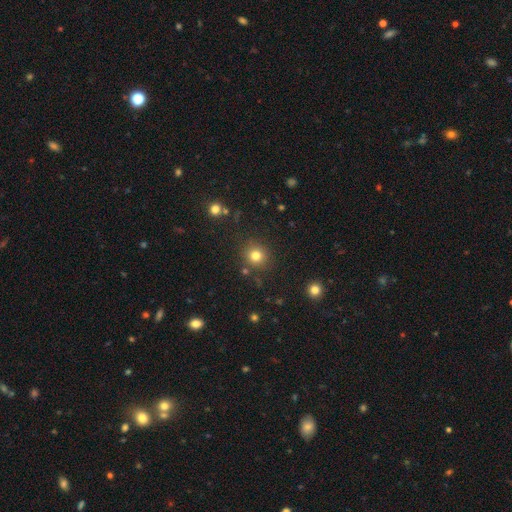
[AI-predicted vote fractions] Q: Smooth or featured?
A: smooth (80%); runner-up: star or artifact (14%)
Q: How rounded?
A: round (91%); runner-up: in between (8%)
Q: Merging?
A: none (86%); runner-up: minor disturbance (8%)